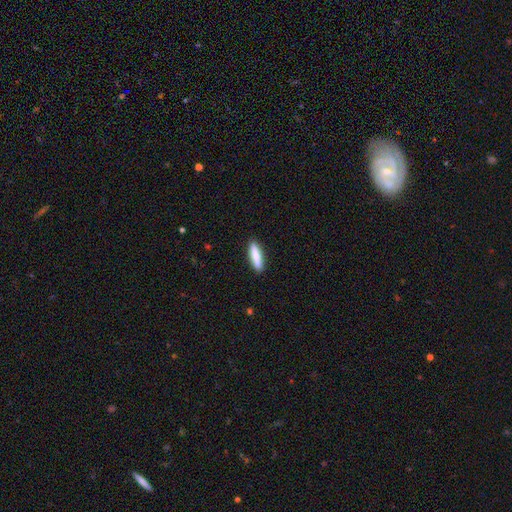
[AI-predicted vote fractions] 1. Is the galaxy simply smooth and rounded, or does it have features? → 80% smooth, 15% featured or disk, 5% star or artifact.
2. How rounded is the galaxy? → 74% cigar-shaped, 24% in between, 2% round.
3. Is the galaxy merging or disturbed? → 90% none, 7% minor disturbance, 2% major disturbance, 1% merger.